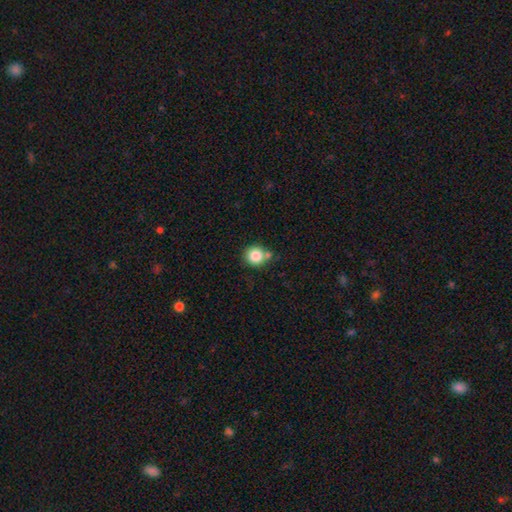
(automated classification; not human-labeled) A smooth galaxy with no disk features (84%) that is round (92%). Merging: none (67%).